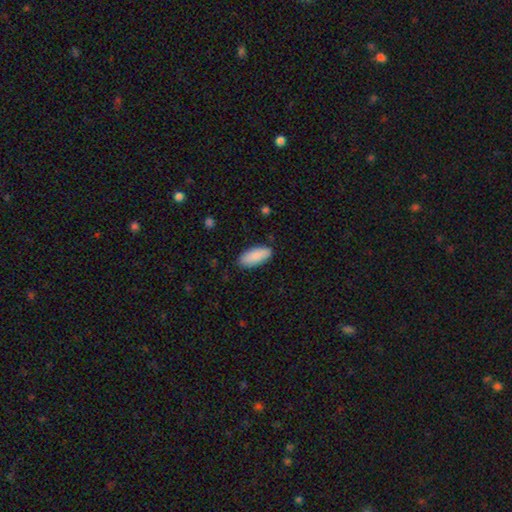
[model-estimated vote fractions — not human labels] This is clearly a smooth galaxy (89%). How rounded: clearly in between (87%). Merging: clearly none (86%).